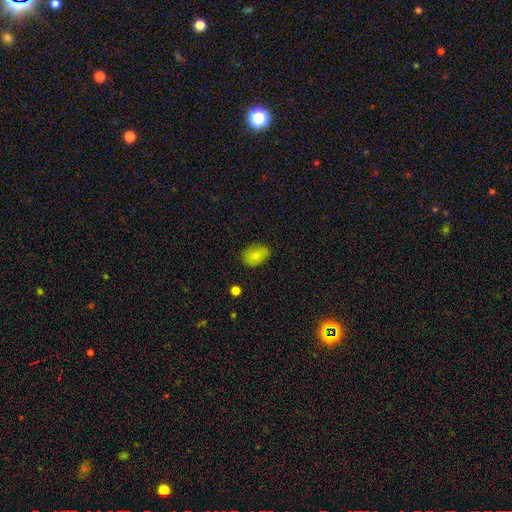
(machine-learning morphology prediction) Smooth or featured: smooth — 82% (featured or disk — 9%)
How rounded: in between — 81% (round — 18%)
Merging: none — 78% (minor disturbance — 17%)